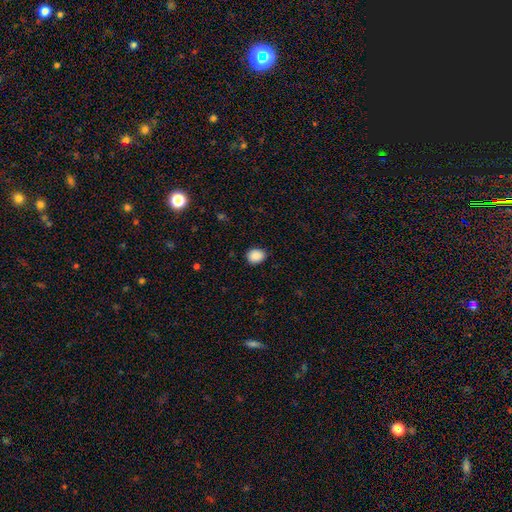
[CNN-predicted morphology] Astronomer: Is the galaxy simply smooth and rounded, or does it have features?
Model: smooth — 89%.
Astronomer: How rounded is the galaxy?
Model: round — 56% (runner-up: in between, 43%).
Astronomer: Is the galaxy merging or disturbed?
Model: none — 87%.